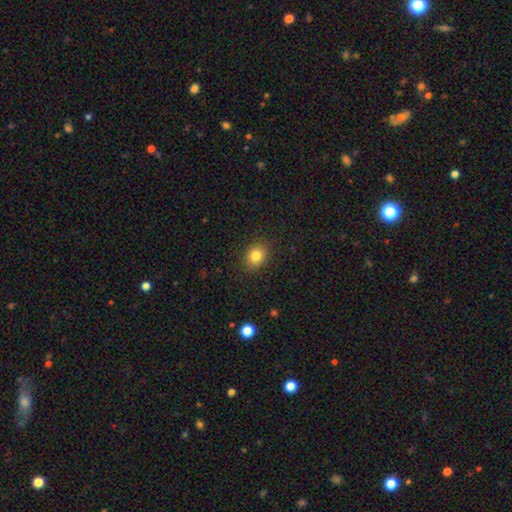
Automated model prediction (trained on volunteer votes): Morphology: type=smooth (83%); roundness=round (50%); merging=none (88%).